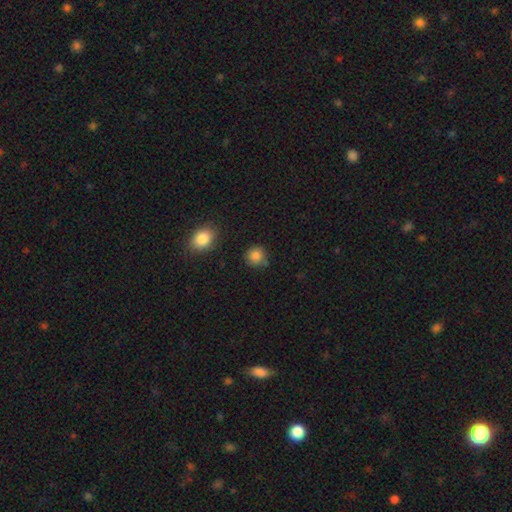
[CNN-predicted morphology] This is clearly a smooth galaxy (85%). How rounded: clearly round (90%). Merging: clearly none (80%).